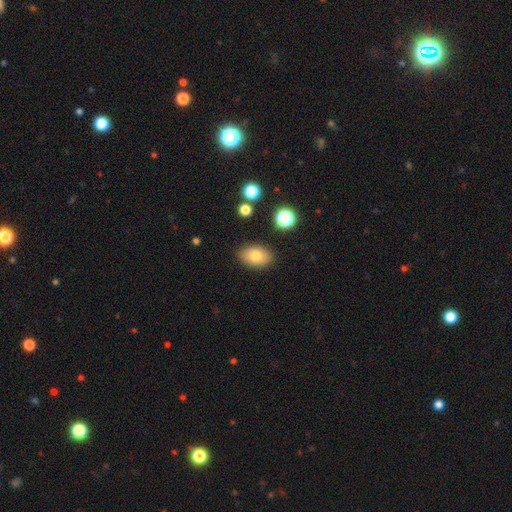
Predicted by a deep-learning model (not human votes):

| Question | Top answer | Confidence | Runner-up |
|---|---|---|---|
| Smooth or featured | smooth | 79% | featured or disk (12%) |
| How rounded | in between | 86% | round (13%) |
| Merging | none | 86% | minor disturbance (9%) |